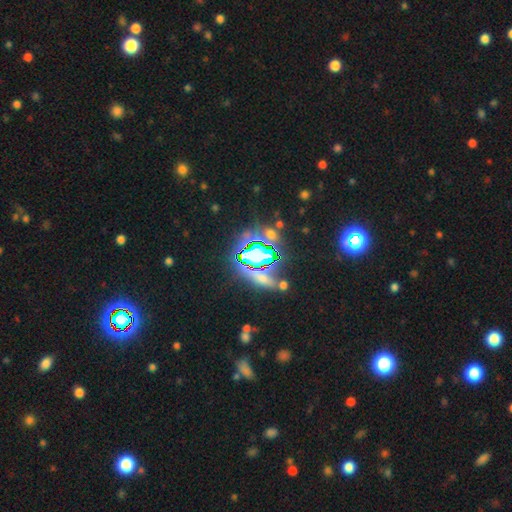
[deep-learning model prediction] star or artifact 70%, smooth 19%, featured or disk 10%.